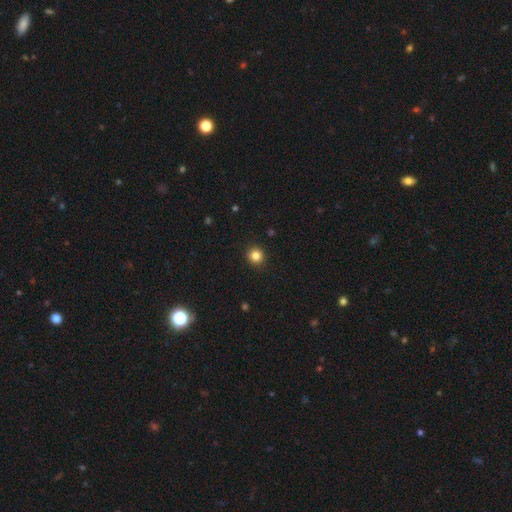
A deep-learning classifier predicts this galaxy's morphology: This appears to be a smooth galaxy with no disk features (84%) that is round (93%). Merging: none (92%).